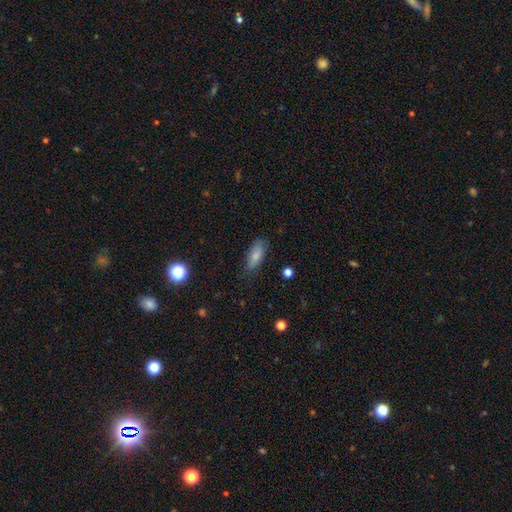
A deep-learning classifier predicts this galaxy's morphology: Smooth or featured? smooth (80%)
How rounded? in between (69%)
Merging? none (78%)